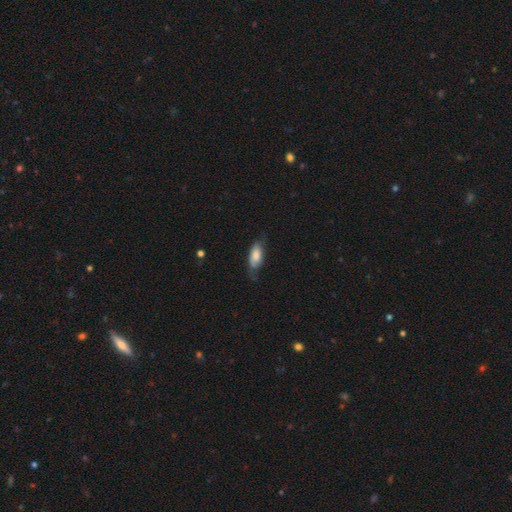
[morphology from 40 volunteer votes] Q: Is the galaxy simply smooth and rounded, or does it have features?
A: smooth — 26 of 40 (65%).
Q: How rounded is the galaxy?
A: in between — 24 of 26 (92%).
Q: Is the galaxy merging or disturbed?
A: none — 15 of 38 (39%).